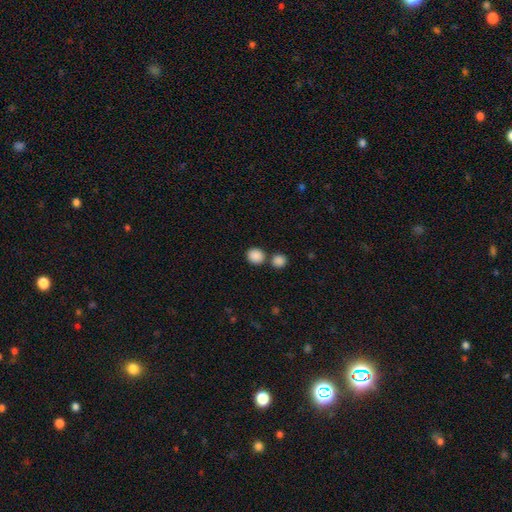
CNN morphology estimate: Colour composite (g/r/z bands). It shows a smooth galaxy with no disk features (88%) that is round (80%). Merging: none (66%).